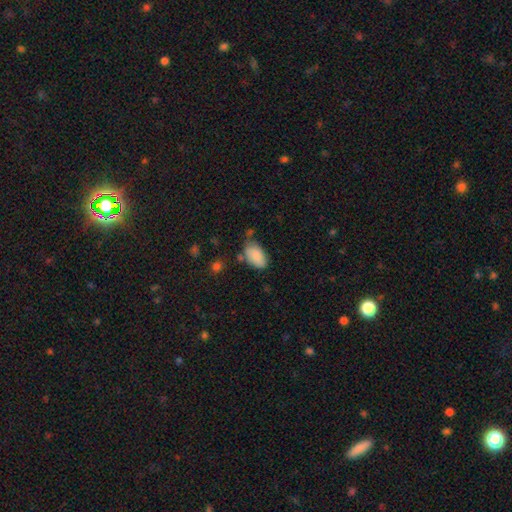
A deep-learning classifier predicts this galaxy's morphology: Smooth or featured? smooth (86%)
How rounded? in between (93%)
Merging? none (59%)